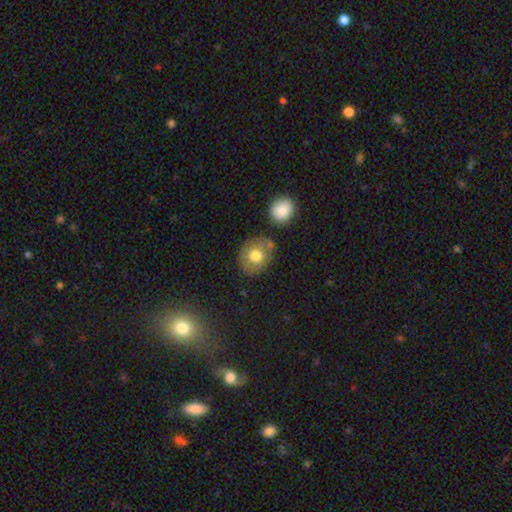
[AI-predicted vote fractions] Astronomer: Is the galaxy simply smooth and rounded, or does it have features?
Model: smooth — 69%.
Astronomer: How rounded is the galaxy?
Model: round — 61% (runner-up: in between, 38%).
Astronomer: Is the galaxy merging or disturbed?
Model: none — 72%.